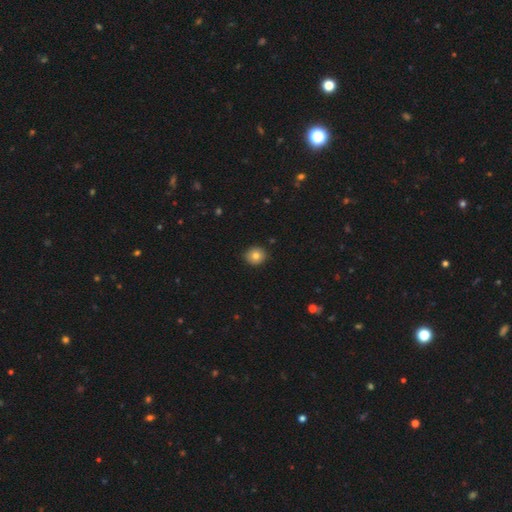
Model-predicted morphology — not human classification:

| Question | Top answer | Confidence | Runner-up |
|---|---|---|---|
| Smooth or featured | smooth | 81% | star or artifact (10%) |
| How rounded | round | 85% | in between (14%) |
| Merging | none | 88% | minor disturbance (9%) |